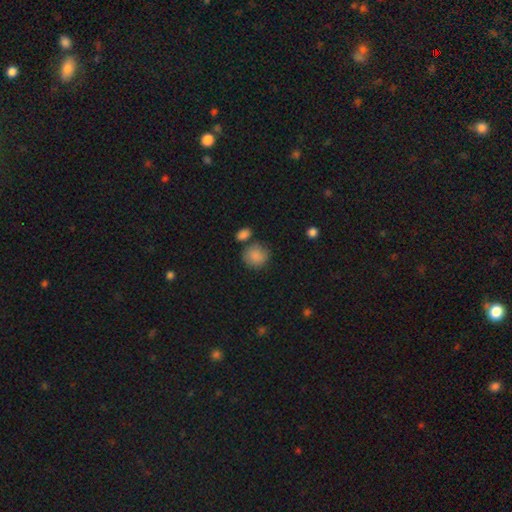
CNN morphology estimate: The model was most divided on "merging": none: 65%, minor disturbance: 17%, merger: 12%, major disturbance: 5%. More confident: smooth or featured — smooth (86%); how rounded — round (80%).